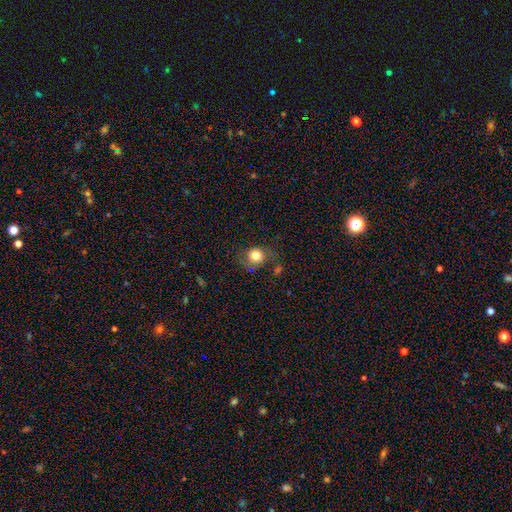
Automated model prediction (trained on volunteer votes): Smooth or featured? Predicted: smooth (p=0.80). How rounded? Predicted: round (p=0.80). Merging? Predicted: none (p=0.63).